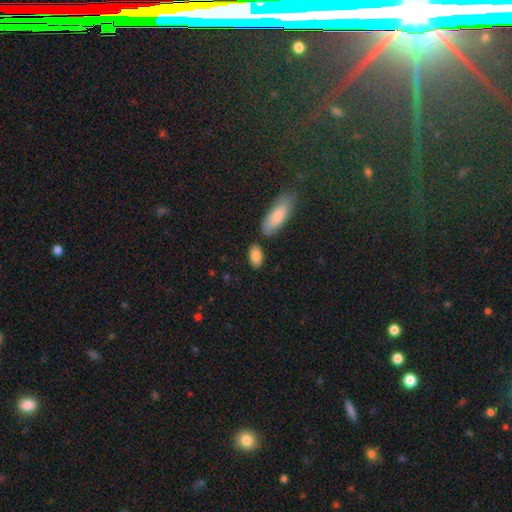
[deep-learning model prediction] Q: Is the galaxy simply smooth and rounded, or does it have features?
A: smooth — 86%.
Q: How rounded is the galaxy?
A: in between — 90%.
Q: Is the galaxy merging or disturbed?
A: none — 74%.